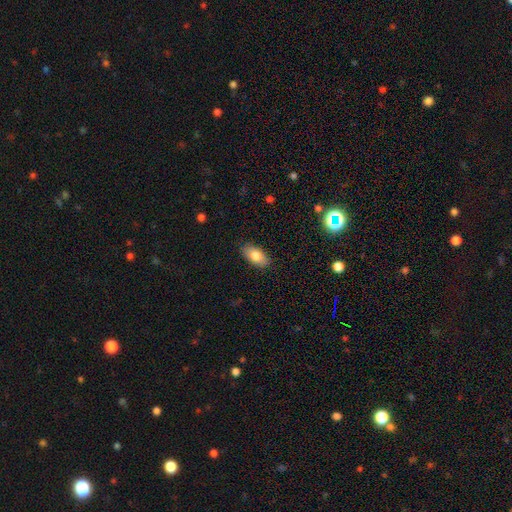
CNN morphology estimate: smooth_or_featured: smooth (p=0.81) [alt: featured or disk p=0.11]
how_rounded: in between (p=0.92) [alt: cigar-shaped p=0.04]
merging: none (p=0.87) [alt: minor disturbance p=0.10]